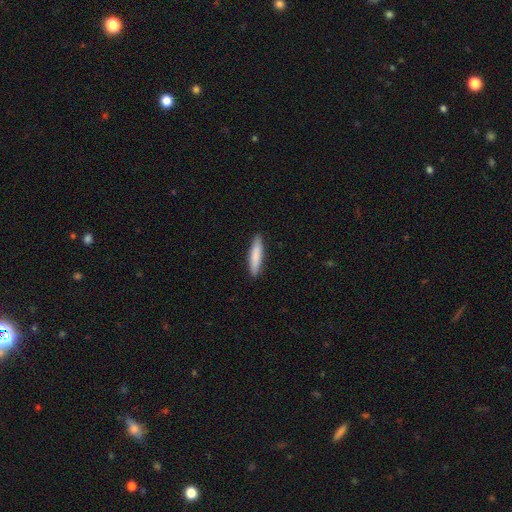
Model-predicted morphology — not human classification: This is clearly a smooth galaxy (83%). How rounded: clearly cigar-shaped (84%). Merging: clearly none (90%).